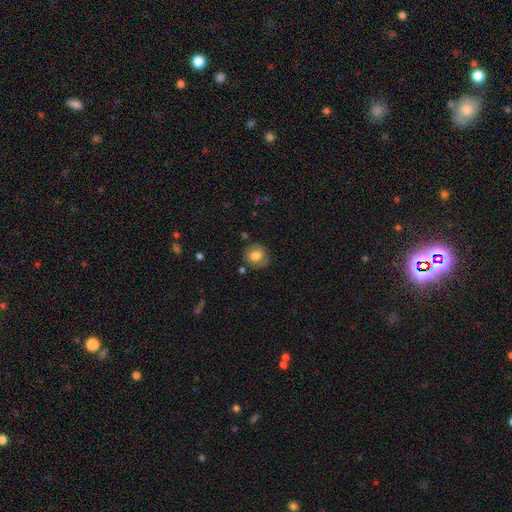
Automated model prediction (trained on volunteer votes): Smooth or featured? Predicted: smooth (p=0.78). How rounded? Predicted: round (p=0.86). Merging? Predicted: none (p=0.81).